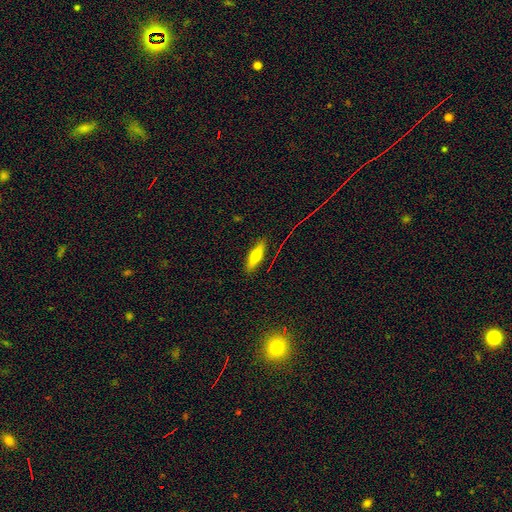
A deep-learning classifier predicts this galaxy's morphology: Smooth or featured? Predicted: smooth (p=0.61). How rounded? Predicted: cigar-shaped (p=0.57). Merging? Predicted: none (p=0.87).